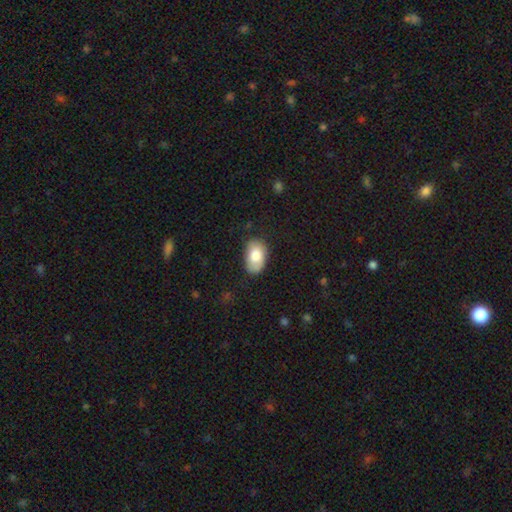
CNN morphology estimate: This is likely a smooth galaxy (80%). How rounded: clearly in between (91%). Merging: likely none (70%).